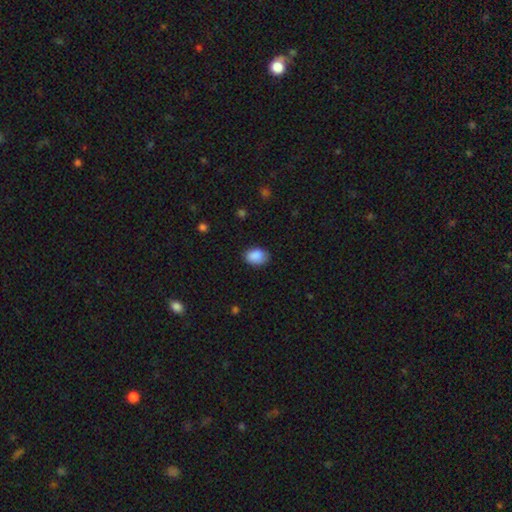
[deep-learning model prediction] Smooth or featured? smooth (88%)
How rounded? in between (81%)
Merging? none (81%)